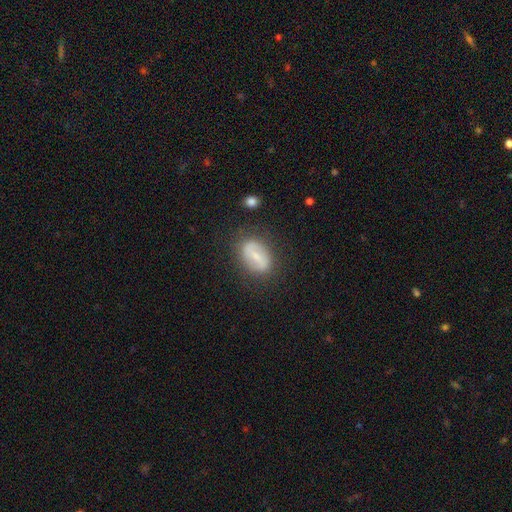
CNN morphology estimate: Smooth or featured: featured or disk — 54% (smooth — 39%)
Edge-on disk: no — 91% (yes — 9%)
Merging: none — 77% (minor disturbance — 16%)